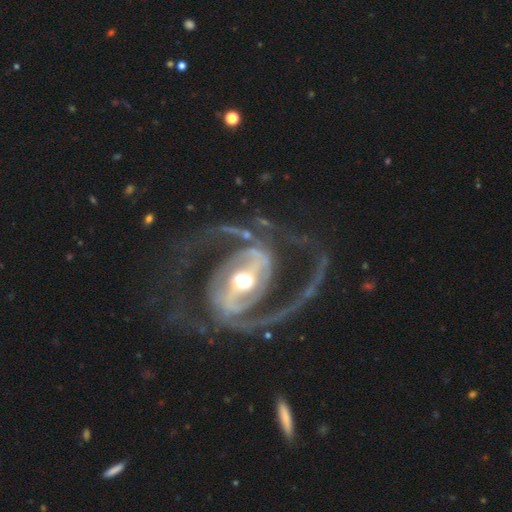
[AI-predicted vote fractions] featured or disk 92%, star or artifact 4%, smooth 4%. Down the decision tree: edge-on disk — no (97%); bar — strong (64%); spiral arms — yes (96%); spiral arm count — 2 (87%); spiral winding — medium (54%); bulge size — moderate (69%); merging — none (64%).